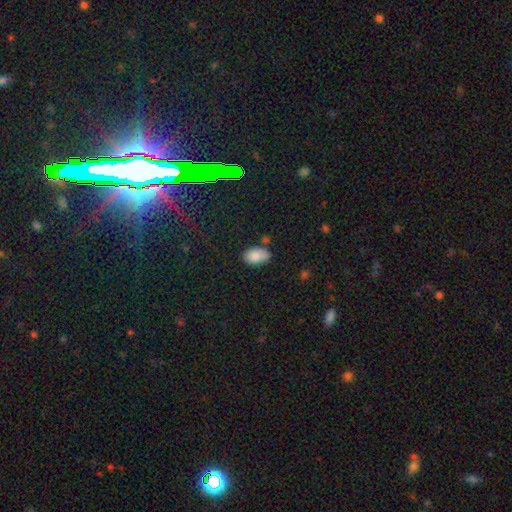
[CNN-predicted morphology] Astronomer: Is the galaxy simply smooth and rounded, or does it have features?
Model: smooth — 85%.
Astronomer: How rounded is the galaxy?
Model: in between — 93%.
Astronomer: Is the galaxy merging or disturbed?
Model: none — 69%.